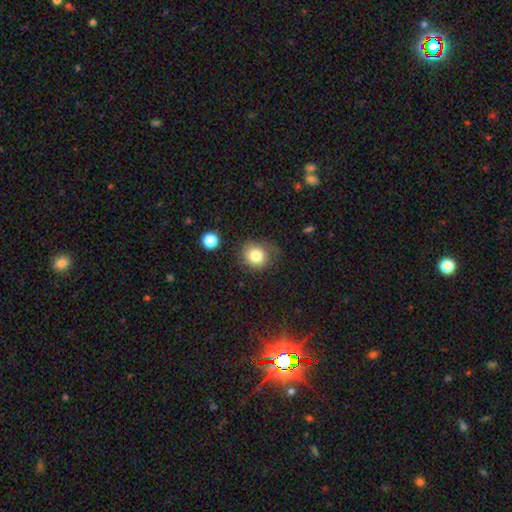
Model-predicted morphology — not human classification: type=smooth (81%); roundness=round (81%); merging=none (69%).